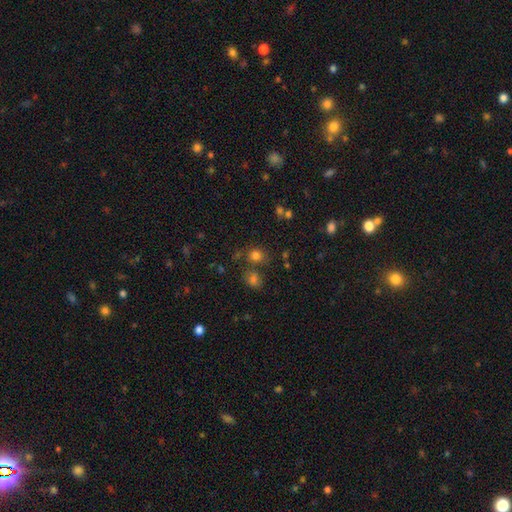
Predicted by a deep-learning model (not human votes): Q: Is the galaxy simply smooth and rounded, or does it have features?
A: smooth — 76%.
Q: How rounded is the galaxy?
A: round — 73%.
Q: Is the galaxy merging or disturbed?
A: none — 65%.